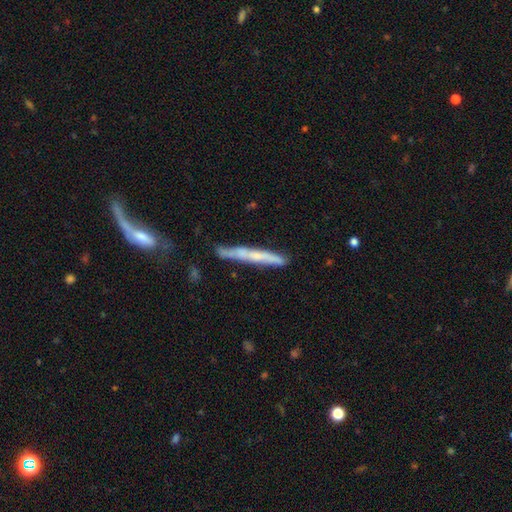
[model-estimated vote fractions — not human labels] Smooth or featured? featured or disk (52%)
Edge-on disk? yes (86%)
Merging? none (70%)